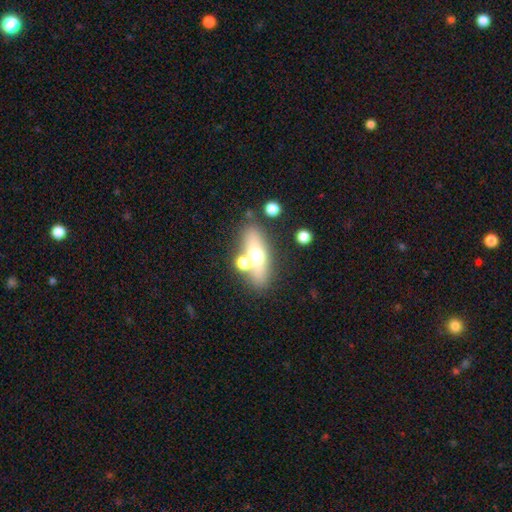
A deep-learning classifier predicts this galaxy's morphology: This appears to be a smooth galaxy with no disk features (53%) that is in between round and cigar-shaped (56%). Merging: none (67%).